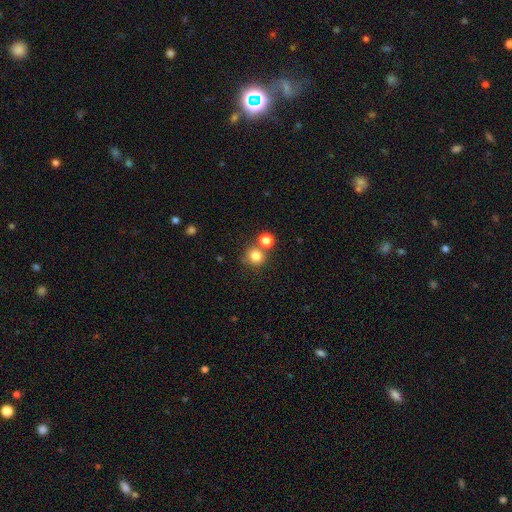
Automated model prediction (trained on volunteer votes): This appears to be a smooth galaxy with no disk features (80%) that is round (91%). Merging: none (66%).